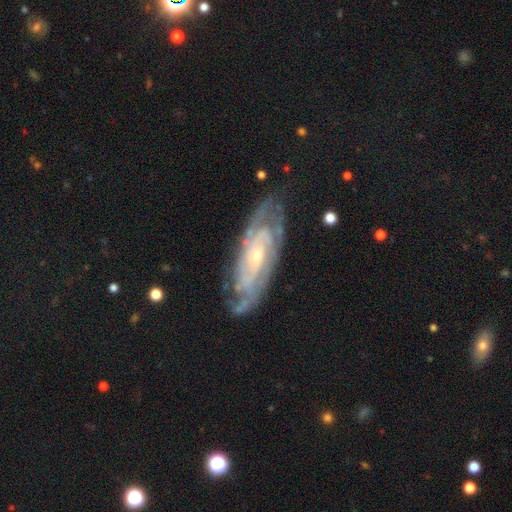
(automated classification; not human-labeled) smooth_or_featured: featured or disk (p=0.85) [alt: smooth p=0.09]
disk_edge_on: no (p=0.88) [alt: yes p=0.12]
bar: no (p=0.65) [alt: weak p=0.27]
has_spiral_arms: yes (p=0.94) [alt: no p=0.06]
spiral_winding: tight (p=0.69) [alt: medium p=0.25]
spiral_arm_count: can't tell (p=0.42) [alt: 2 p=0.25]
bulge_size: small (p=0.69) [alt: moderate p=0.26]
merging: none (p=0.74) [alt: minor disturbance p=0.18]